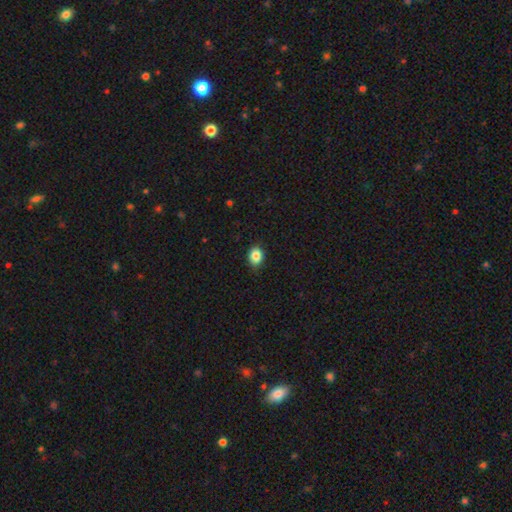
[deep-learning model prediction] Smooth or featured? smooth (86%)
How rounded? in between (60%)
Merging? none (85%)